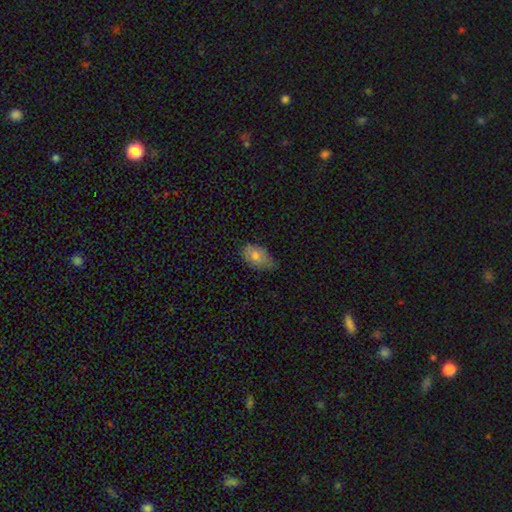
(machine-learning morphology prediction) Smooth or featured: smooth — 76% (featured or disk — 16%)
How rounded: in between — 89% (round — 10%)
Merging: none — 51% (minor disturbance — 40%)